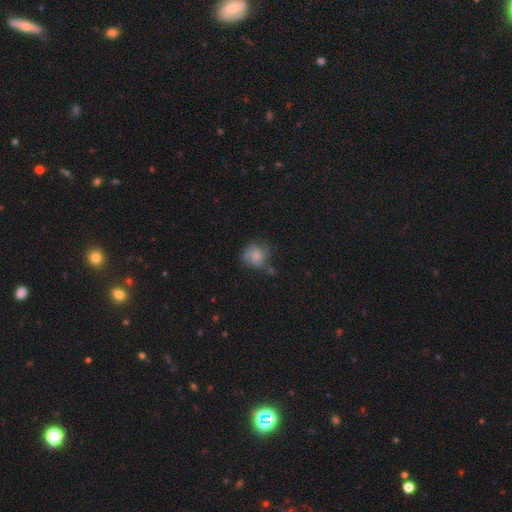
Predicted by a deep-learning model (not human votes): smooth_or_featured: smooth (p=0.51) [alt: featured or disk p=0.39]
how_rounded: round (p=0.70) [alt: in between p=0.29]
merging: none (p=0.49) [alt: minor disturbance p=0.27]